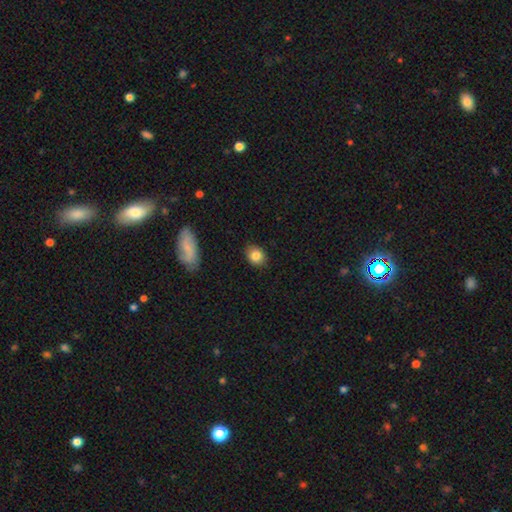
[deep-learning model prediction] Smooth or featured? Predicted: smooth (p=0.83). How rounded? Predicted: round (p=0.51). Merging? Predicted: none (p=0.86).